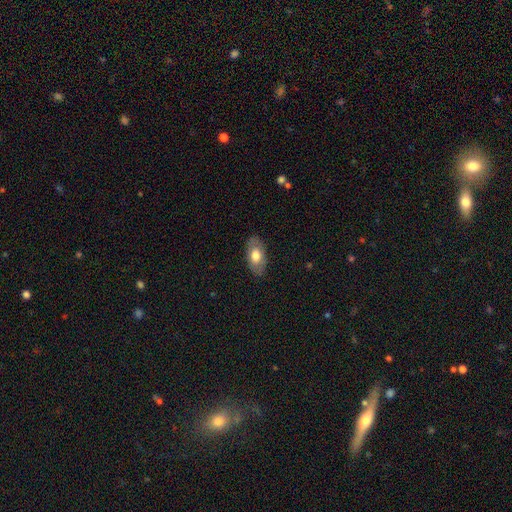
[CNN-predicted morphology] type=smooth (67%); roundness=in between (92%); merging=none (84%).